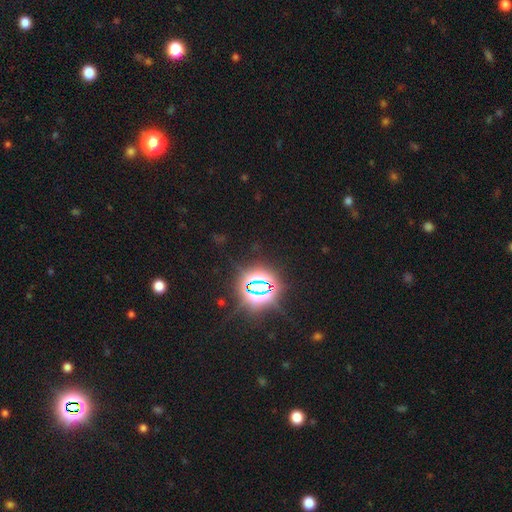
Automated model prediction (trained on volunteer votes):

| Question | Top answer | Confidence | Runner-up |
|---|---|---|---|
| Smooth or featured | star or artifact | 79% | smooth (15%) |